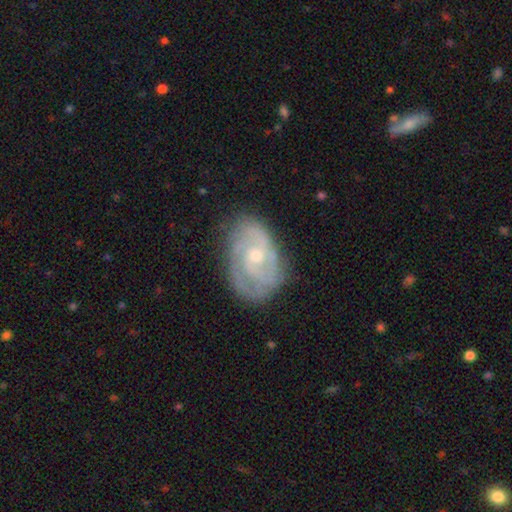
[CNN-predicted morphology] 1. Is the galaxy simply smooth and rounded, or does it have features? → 83% featured or disk, 11% smooth, 5% star or artifact.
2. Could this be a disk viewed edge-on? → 97% no, 3% yes.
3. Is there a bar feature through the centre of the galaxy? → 67% no, 28% weak, 4% strong.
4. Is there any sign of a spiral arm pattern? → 94% yes, 6% no.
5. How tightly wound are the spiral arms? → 60% tight, 33% medium, 7% loose.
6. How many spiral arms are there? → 40% 2, 24% can't tell, 22% 3, 5% 4, 5% 1, 4% more than 4.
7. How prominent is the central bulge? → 57% small, 40% moderate, 1% none, 1% large, 1% dominant.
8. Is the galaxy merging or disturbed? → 72% none, 20% minor disturbance, 7% major disturbance, 1% merger.